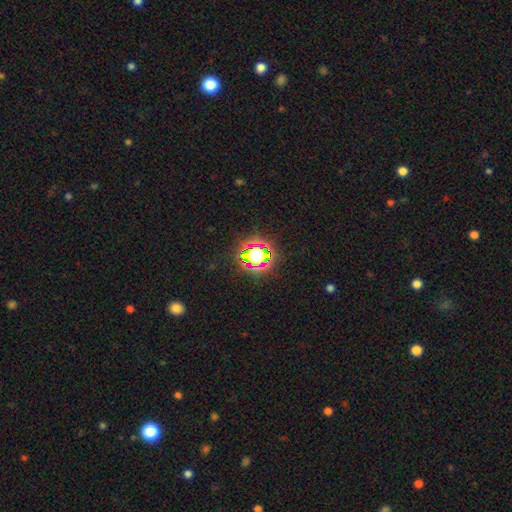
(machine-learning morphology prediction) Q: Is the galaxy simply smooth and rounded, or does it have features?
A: star or artifact — 52%.